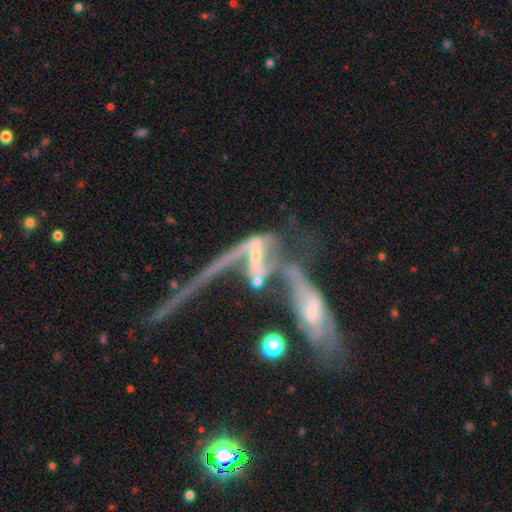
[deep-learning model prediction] This appears to be a featured or disk galaxy (71%) with no bar (51%), no spiral arms (52%) and a small central bulge (41%). Merging: merger (59%).